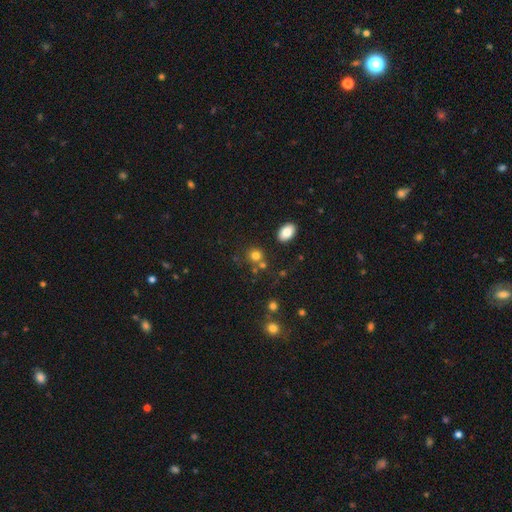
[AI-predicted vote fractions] A smooth galaxy with no disk features (78%) that is round (81%).

Vote fractions:
- Smooth or featured? smooth: 78% / star or artifact: 14% / featured or disk: 8%
- How rounded? round: 81% / in between: 18% / cigar-shaped: 1%
- Merging? none: 68% / merger: 19% / minor disturbance: 9% / major disturbance: 4%